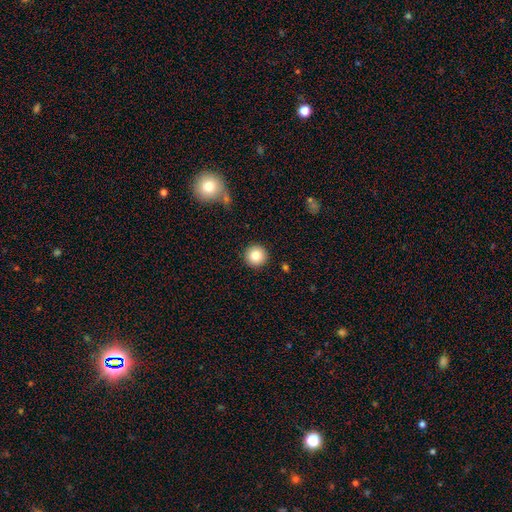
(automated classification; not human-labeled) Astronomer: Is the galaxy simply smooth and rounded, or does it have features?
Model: smooth — 83%.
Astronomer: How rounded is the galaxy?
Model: round — 96%.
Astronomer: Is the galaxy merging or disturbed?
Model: none — 91%.